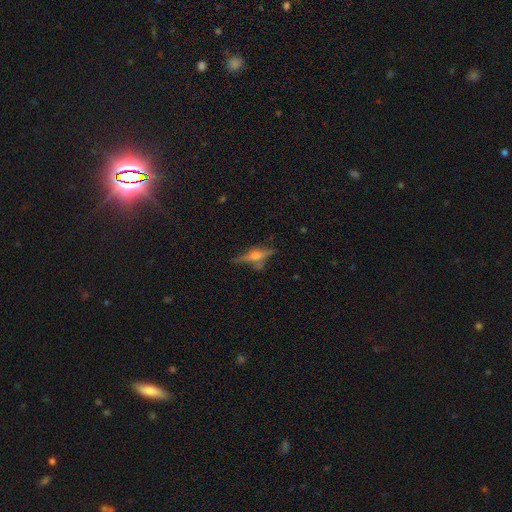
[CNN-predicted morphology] The model was most divided on "smooth or featured": featured or disk: 70%, smooth: 20%, star or artifact: 11%. More confident: edge-on disk — yes (94%); edge-on bulge — rounded (91%); merging — none (75%).